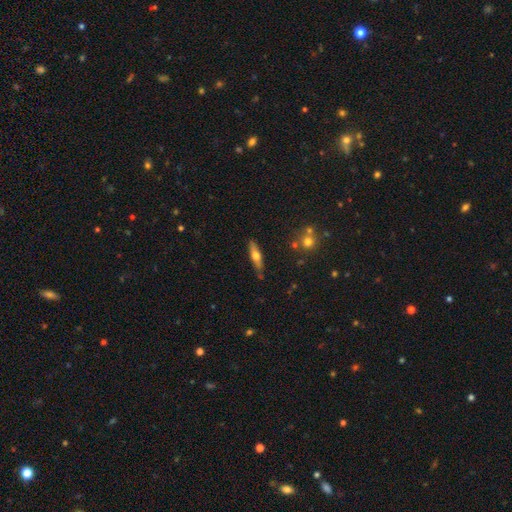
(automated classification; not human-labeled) Overall: smooth (47%, tied with featured or disk). Merging: none (80%).